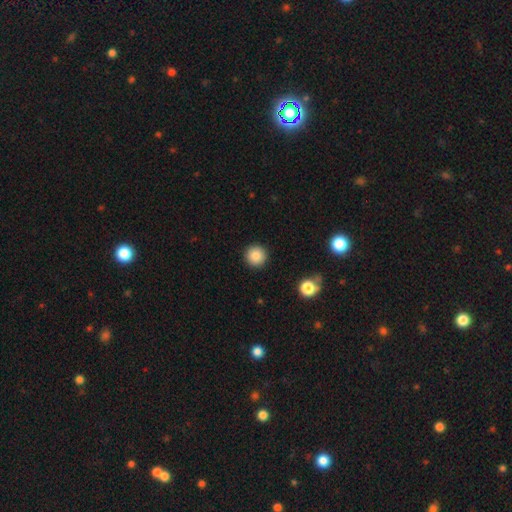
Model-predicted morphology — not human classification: A smooth galaxy with no disk features (86%) that is round (95%). Merging: none (92%).